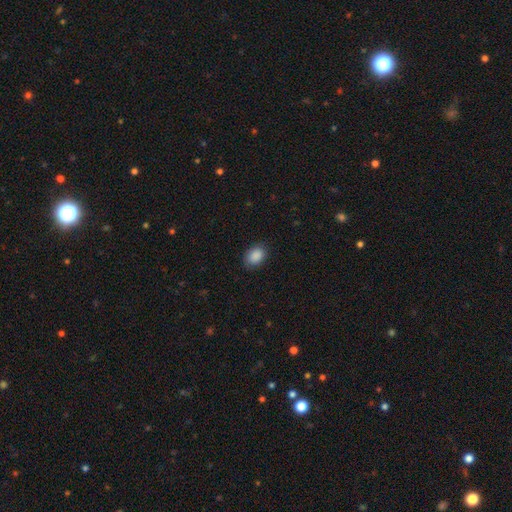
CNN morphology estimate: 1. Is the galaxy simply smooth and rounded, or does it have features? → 89% smooth, 7% star or artifact, 3% featured or disk.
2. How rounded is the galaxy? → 76% in between, 23% round, 1% cigar-shaped.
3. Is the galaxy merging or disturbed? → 83% none, 13% minor disturbance, 3% major disturbance, 1% merger.